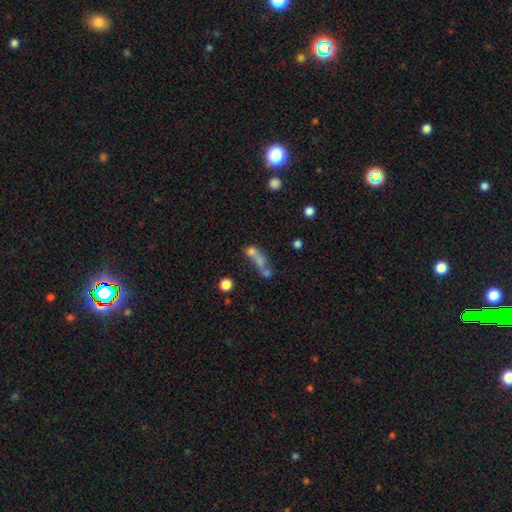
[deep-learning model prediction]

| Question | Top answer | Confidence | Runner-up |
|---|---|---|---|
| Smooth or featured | smooth | 55% | featured or disk (28%) |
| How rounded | in between | 49% | cigar-shaped (28%) |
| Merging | merger | 54% | none (23%) |